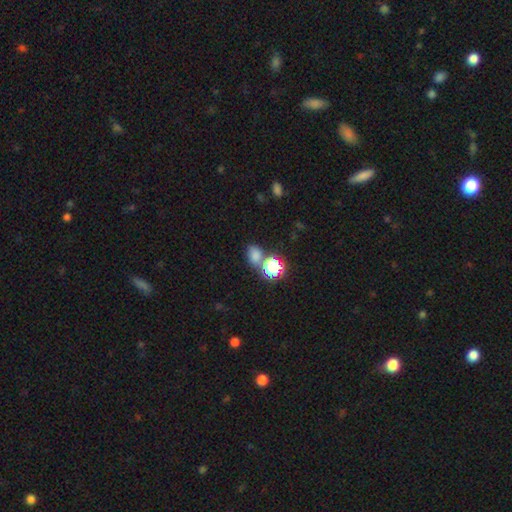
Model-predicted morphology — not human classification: Smooth or featured: smooth — 66% (star or artifact — 27%)
How rounded: in between — 54% (round — 44%)
Merging: none — 57% (merger — 27%)